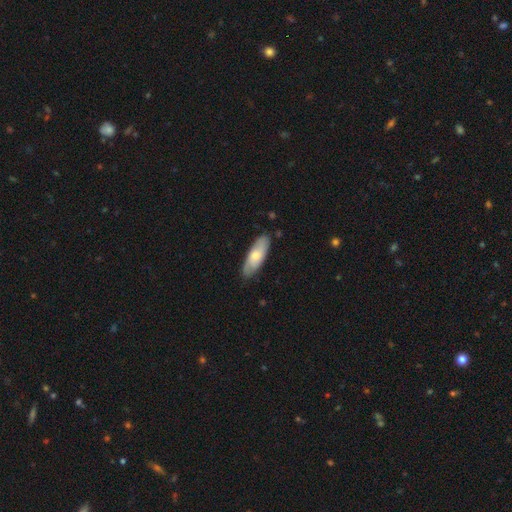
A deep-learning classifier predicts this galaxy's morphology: A smooth galaxy with no disk features (63%) that is in between round and cigar-shaped (65%).

Vote fractions:
- Smooth or featured? smooth: 63% / featured or disk: 32% / star or artifact: 5%
- How rounded? in between: 65% / cigar-shaped: 33% / round: 2%
- Merging? none: 84% / minor disturbance: 13% / major disturbance: 2% / merger: 1%